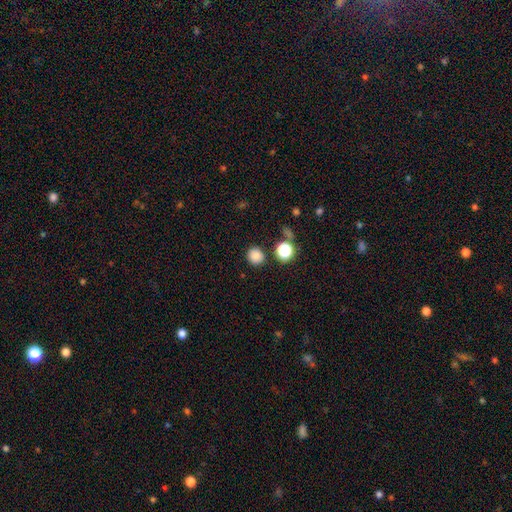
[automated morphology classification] The model was most divided on "smooth or featured": smooth: 83%, star or artifact: 13%, featured or disk: 4%. More confident: how rounded — round (88%); merging — none (86%).